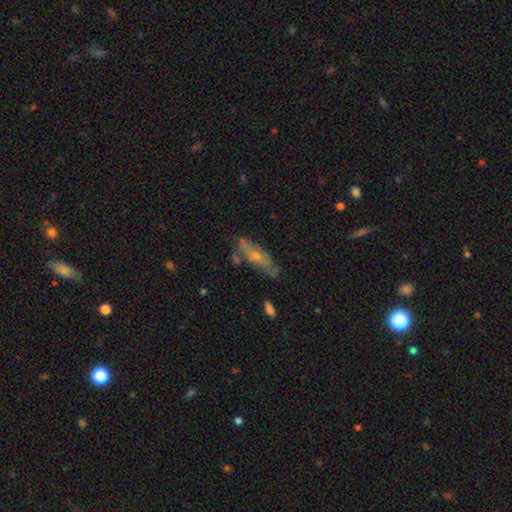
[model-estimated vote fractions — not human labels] The model was most divided on "smooth or featured": featured or disk: 51%, smooth: 40%, star or artifact: 8%. More confident: merging — none (64%); edge-on disk — no (59%).